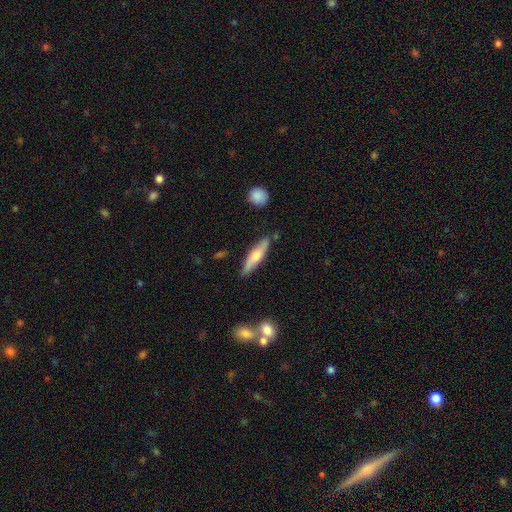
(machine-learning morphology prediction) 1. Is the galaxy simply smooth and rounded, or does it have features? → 54% smooth, 41% featured or disk, 6% star or artifact.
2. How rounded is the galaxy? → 74% cigar-shaped, 24% in between, 2% round.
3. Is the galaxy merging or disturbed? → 81% none, 13% minor disturbance, 4% merger, 3% major disturbance.